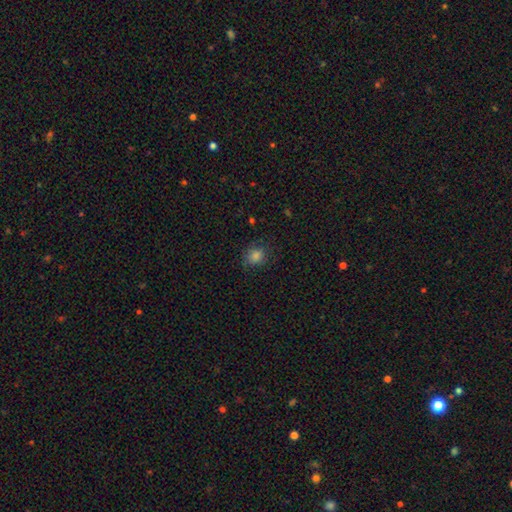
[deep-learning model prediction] The model was most divided on "how rounded": round: 75%, in between: 24%, cigar-shaped: 1%. More confident: smooth or featured — smooth (79%); merging — none (79%).